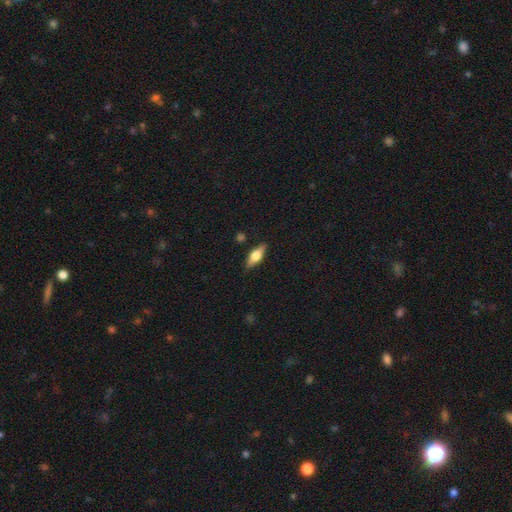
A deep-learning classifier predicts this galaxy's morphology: This is possibly a smooth galaxy (49%). Merging: clearly none (85%).